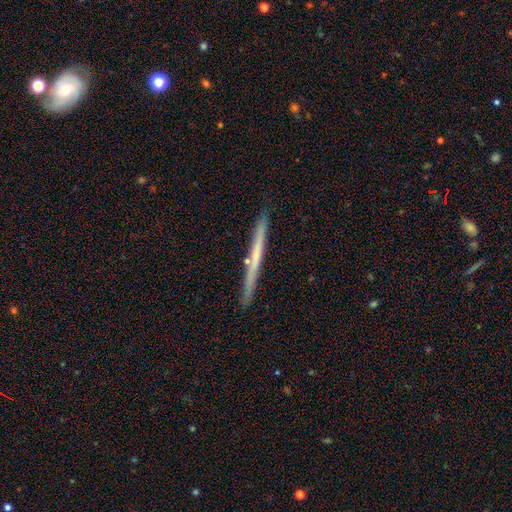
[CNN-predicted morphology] Smooth or featured?
  - featured or disk: 52% *
  - smooth: 42%
  - star or artifact: 6%
Edge-on disk?
  - yes: 97% *
  - no: 3%
Edge-on bulge?
  - none: 86% *
  - rounded: 11%
  - boxy: 4%
Merging?
  - none: 89% *
  - minor disturbance: 8%
  - merger: 2%
  - major disturbance: 1%